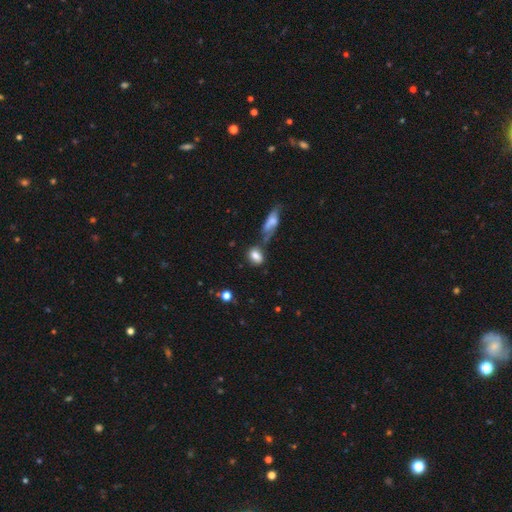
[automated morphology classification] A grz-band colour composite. It shows a smooth galaxy with no disk features (79%) that is in between round and cigar-shaped (77%). Merging: none (50%).